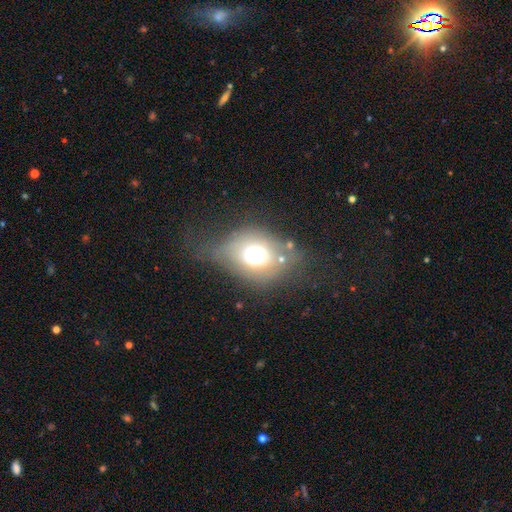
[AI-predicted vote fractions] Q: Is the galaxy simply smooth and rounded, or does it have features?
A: smooth — 58%.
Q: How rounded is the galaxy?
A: in between — 53%.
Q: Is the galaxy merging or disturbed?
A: none — 50%.